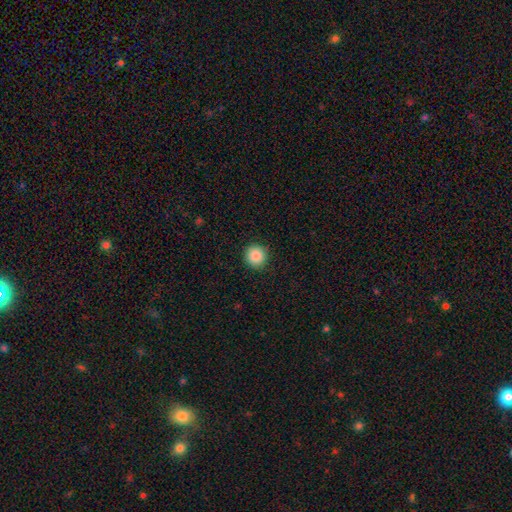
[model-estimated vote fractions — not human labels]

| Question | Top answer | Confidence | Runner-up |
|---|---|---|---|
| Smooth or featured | smooth | 88% | star or artifact (9%) |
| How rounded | round | 94% | in between (5%) |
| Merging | none | 91% | minor disturbance (6%) |